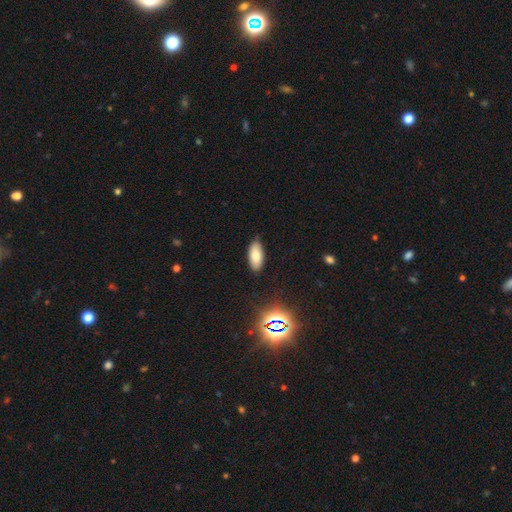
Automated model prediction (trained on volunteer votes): Smooth or featured?
  - smooth: 81% *
  - star or artifact: 11%
  - featured or disk: 9%
How rounded?
  - in between: 87% *
  - cigar-shaped: 11%
  - round: 2%
Merging?
  - none: 85% *
  - minor disturbance: 11%
  - major disturbance: 2%
  - merger: 1%